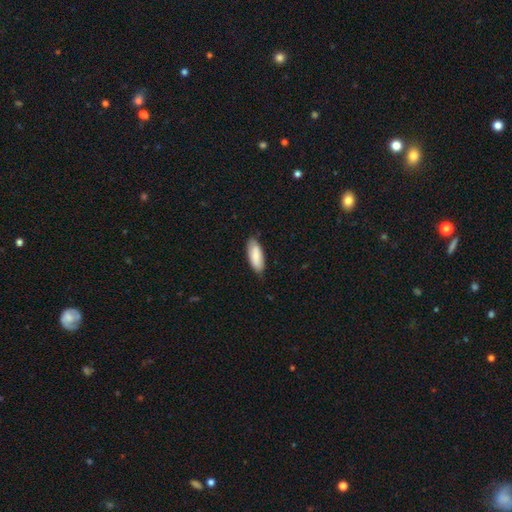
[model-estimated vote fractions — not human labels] The model was most divided on "how rounded": in between: 77%, cigar-shaped: 22%, round: 1%. More confident: smooth or featured — smooth (84%); merging — none (79%).